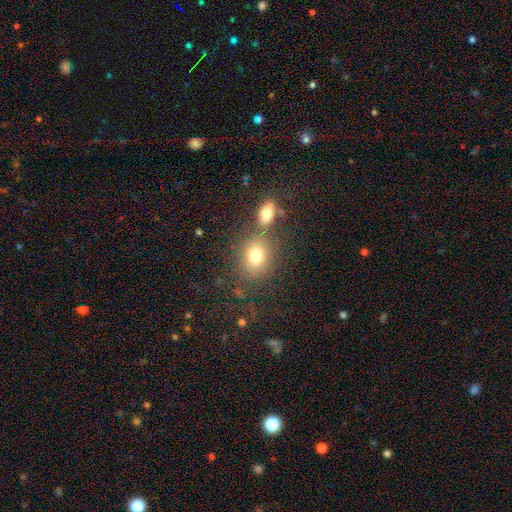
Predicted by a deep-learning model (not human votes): Overall: smooth (78%). How rounded: round (55%; in between 44%). Merging: none (64%).